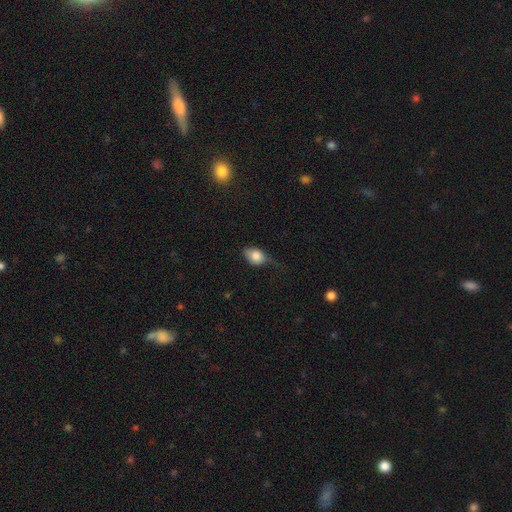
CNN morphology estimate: This appears to be a smooth galaxy with no disk features (79%) that is in between round and cigar-shaped (78%). Merging: minor disturbance (38%).